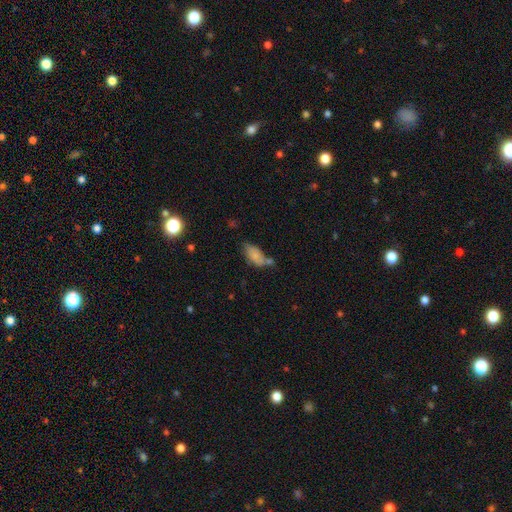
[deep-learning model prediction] This appears to be a smooth galaxy with no disk features (74%) that is in between round and cigar-shaped (89%). Merging: none (38%).